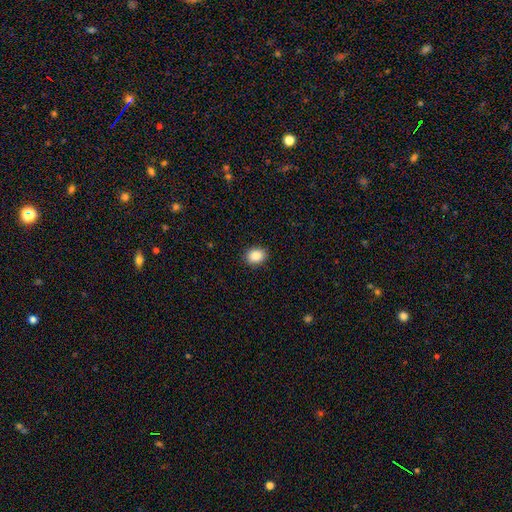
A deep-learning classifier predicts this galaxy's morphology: Smooth or featured?
  - smooth: 87% *
  - star or artifact: 9%
  - featured or disk: 4%
How rounded?
  - round: 51% *
  - in between: 48%
  - cigar-shaped: 1%
Merging?
  - none: 91% *
  - minor disturbance: 7%
  - major disturbance: 2%
  - merger: 1%